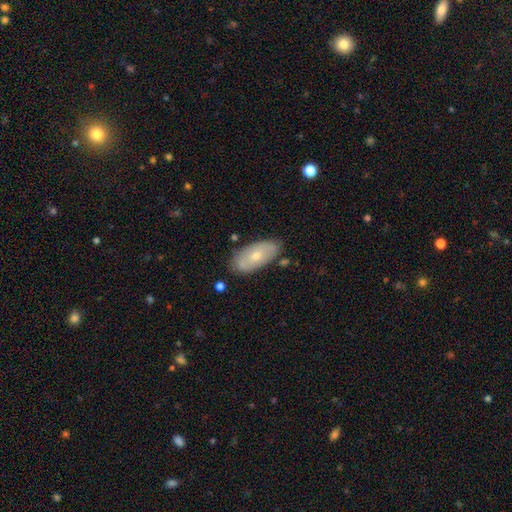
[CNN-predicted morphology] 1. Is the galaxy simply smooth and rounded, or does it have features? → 56% smooth, 38% featured or disk, 6% star or artifact.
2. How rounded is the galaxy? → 91% in between, 6% cigar-shaped, 3% round.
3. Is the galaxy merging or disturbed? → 78% none, 16% minor disturbance, 3% major disturbance, 3% merger.